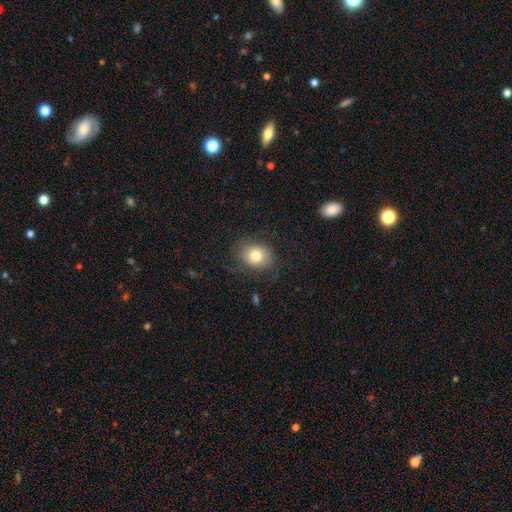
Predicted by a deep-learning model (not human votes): Smooth or featured? Predicted: smooth (p=0.72). How rounded? Predicted: round (p=0.58). Merging? Predicted: none (p=0.70).